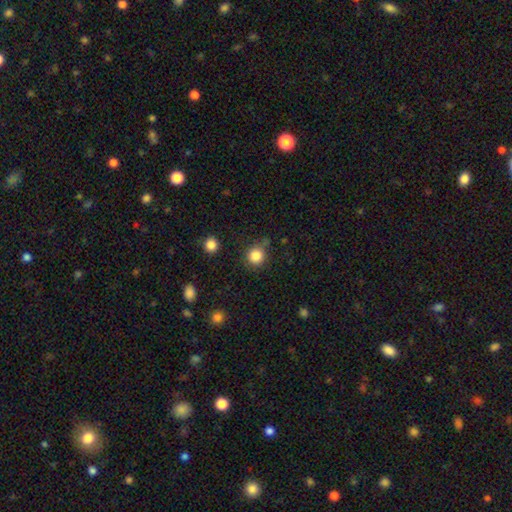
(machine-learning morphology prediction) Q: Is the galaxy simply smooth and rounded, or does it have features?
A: smooth — 84%.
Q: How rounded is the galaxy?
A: round — 91%.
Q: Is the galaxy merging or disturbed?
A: none — 77%.